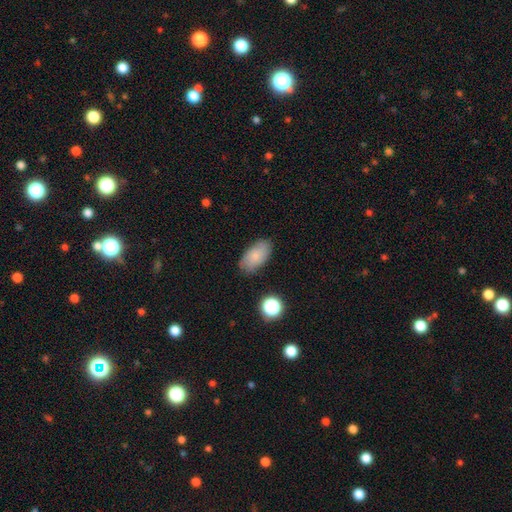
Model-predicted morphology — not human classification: Smooth or featured?
  - smooth: 78% *
  - featured or disk: 13%
  - star or artifact: 8%
How rounded?
  - in between: 93% *
  - round: 4%
  - cigar-shaped: 3%
Merging?
  - none: 81% *
  - minor disturbance: 14%
  - major disturbance: 3%
  - merger: 2%